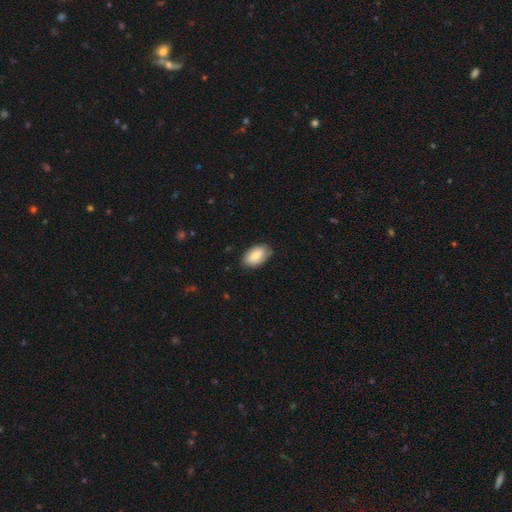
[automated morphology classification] Smooth or featured?
  - smooth: 81% *
  - featured or disk: 13%
  - star or artifact: 6%
How rounded?
  - in between: 93% *
  - round: 5%
  - cigar-shaped: 2%
Merging?
  - none: 83% *
  - minor disturbance: 14%
  - major disturbance: 2%
  - merger: 1%